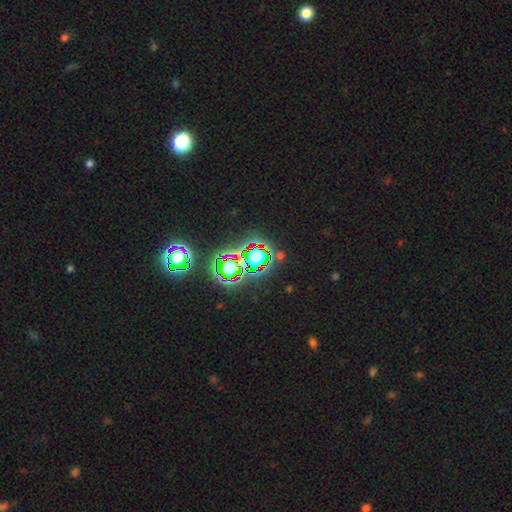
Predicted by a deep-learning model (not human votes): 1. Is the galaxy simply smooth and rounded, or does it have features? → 69% star or artifact, 18% smooth, 13% featured or disk.